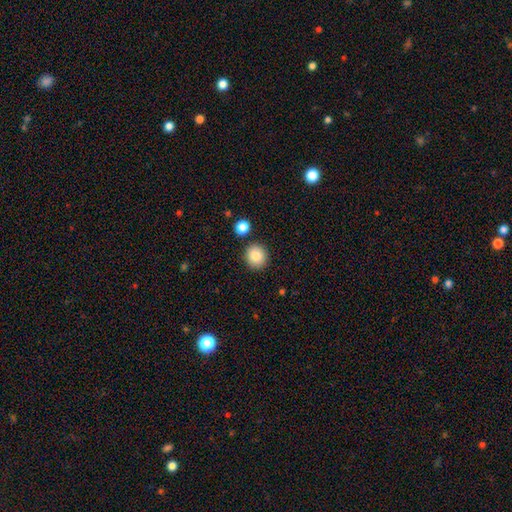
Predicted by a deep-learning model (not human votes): Morphology: type=smooth (85%); roundness=round (87%); merging=none (87%).